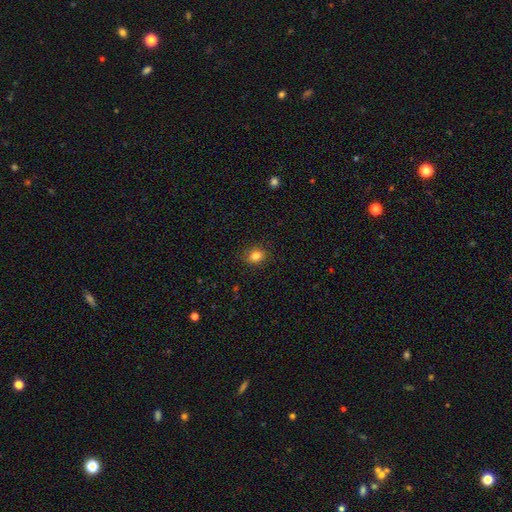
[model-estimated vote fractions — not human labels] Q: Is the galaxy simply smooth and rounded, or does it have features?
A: smooth — 83%.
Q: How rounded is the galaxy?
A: round — 51%.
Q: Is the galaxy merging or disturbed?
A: none — 87%.